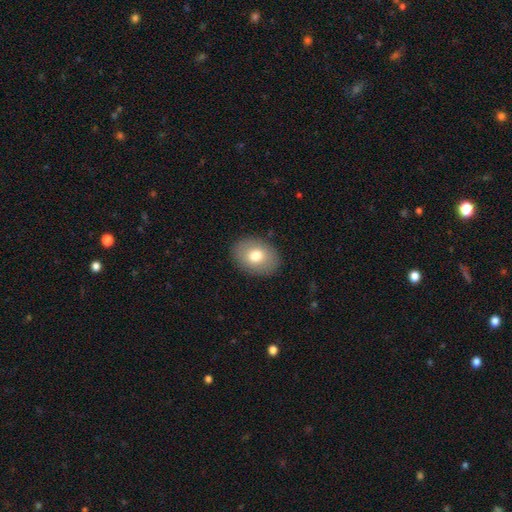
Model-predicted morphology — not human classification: This is likely a smooth galaxy (74%). How rounded: likely in between (68%). Merging: clearly none (88%).